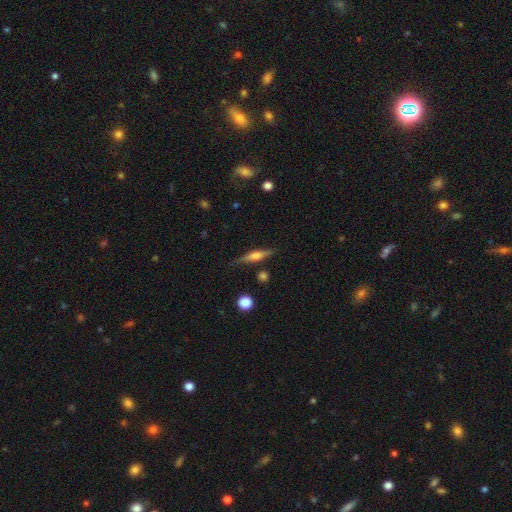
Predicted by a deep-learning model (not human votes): smooth-or-featured: featured or disk: 61% | smooth: 31% | star or artifact: 7%
  disk-edge-on: yes: 96% | no: 4%
    edge-on-bulge: rounded: 80% | boxy: 14% | none: 6%
  merging: none: 83% | minor disturbance: 12% | major disturbance: 3% | merger: 3%